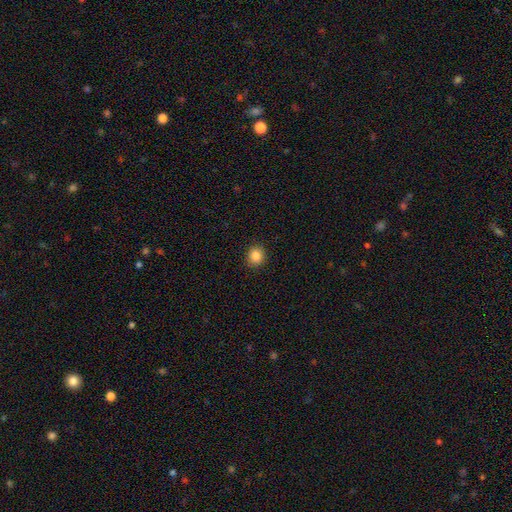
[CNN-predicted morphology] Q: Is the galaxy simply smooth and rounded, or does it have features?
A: smooth — 85%.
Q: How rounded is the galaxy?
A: round — 83%.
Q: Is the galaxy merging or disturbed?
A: none — 91%.